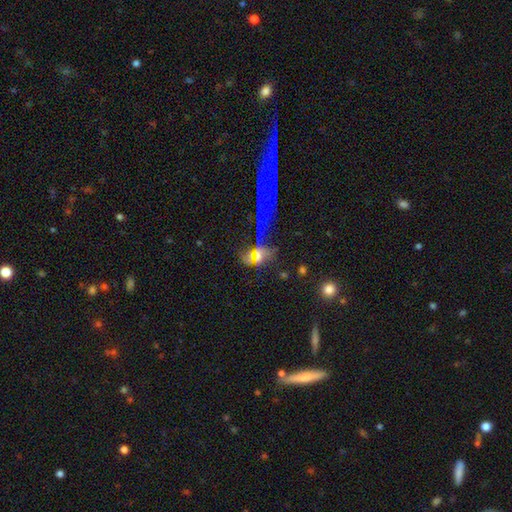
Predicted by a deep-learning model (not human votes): Smooth or featured? star or artifact (37%)